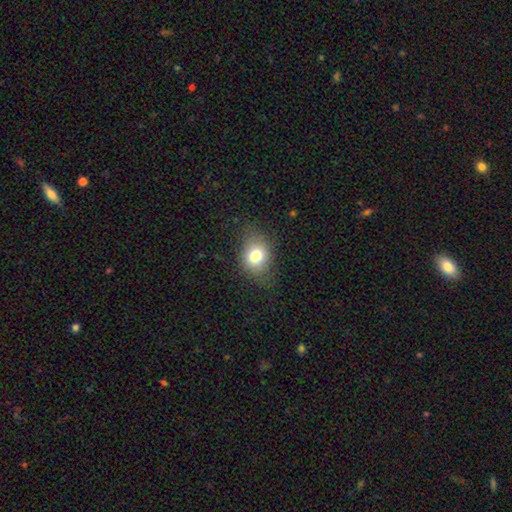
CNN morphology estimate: This appears to be a smooth galaxy with no disk features (76%) that is in between round and cigar-shaped (55%). Merging: none (73%).